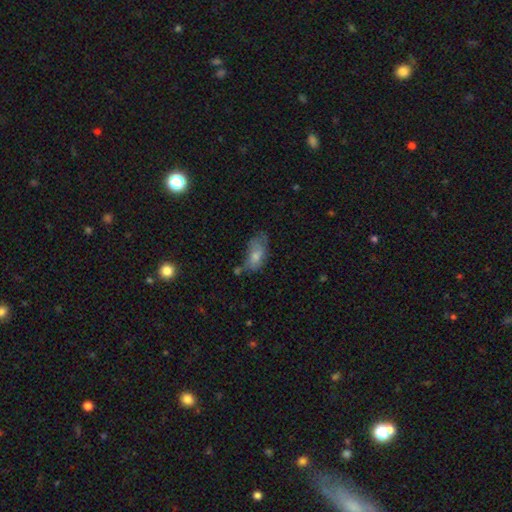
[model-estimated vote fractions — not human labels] smooth-or-featured: smooth: 69% | featured or disk: 23% | star or artifact: 8%
  how-rounded: in between: 90% | round: 5% | cigar-shaped: 5%
  merging: none: 34% | minor disturbance: 33% | major disturbance: 23% | merger: 10%